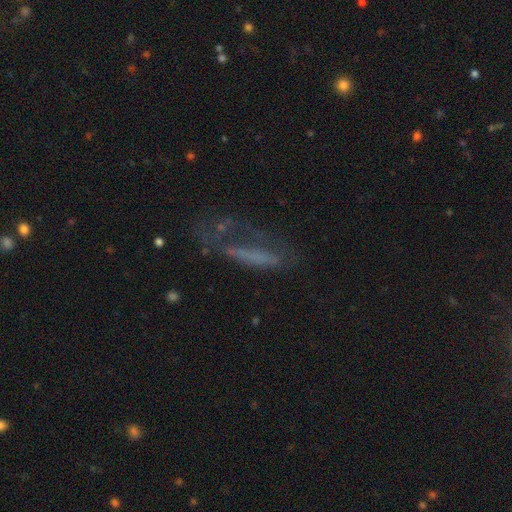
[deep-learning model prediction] Morphology: type=smooth (42%); merging=major disturbance (43%).